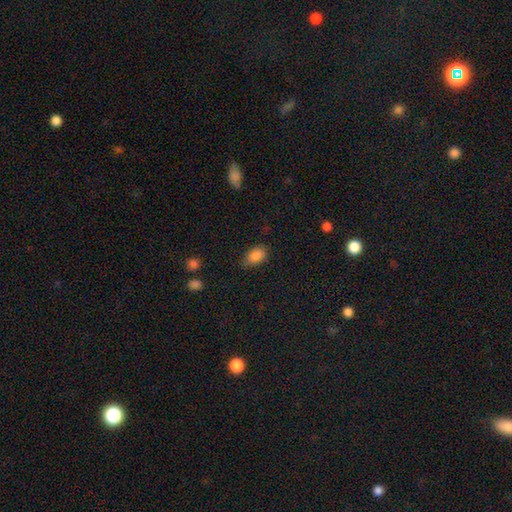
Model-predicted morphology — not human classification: smooth_or_featured: smooth (p=0.86) [alt: star or artifact p=0.09]
how_rounded: in between (p=0.86) [alt: round p=0.12]
merging: none (p=0.71) [alt: minor disturbance p=0.23]